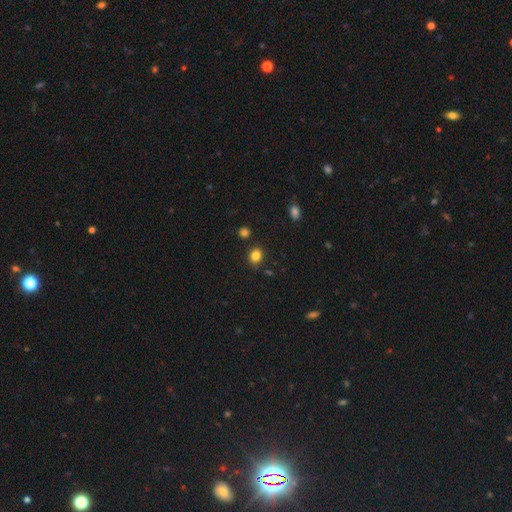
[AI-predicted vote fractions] smooth-or-featured: smooth: 83% | star or artifact: 12% | featured or disk: 5%
  how-rounded: round: 70% | in between: 29% | cigar-shaped: 1%
  merging: none: 84% | minor disturbance: 9% | merger: 4% | major disturbance: 3%